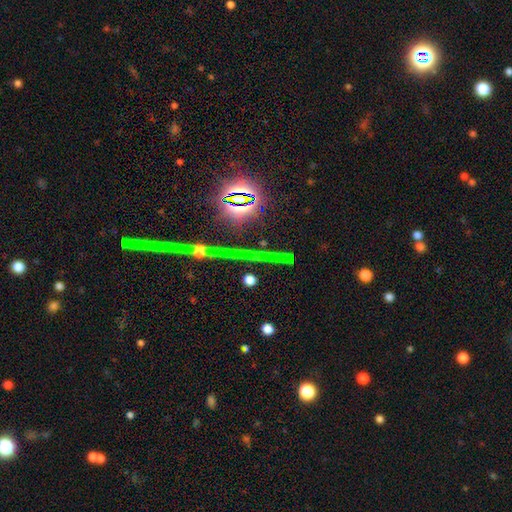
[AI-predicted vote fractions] A star or artifact, not a galaxy (59%).